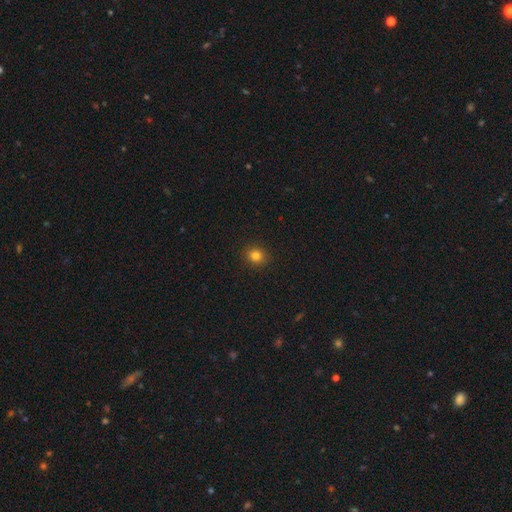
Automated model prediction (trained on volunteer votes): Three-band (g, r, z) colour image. It shows a smooth galaxy with no disk features (81%) that is round (84%). Merging: none (92%).